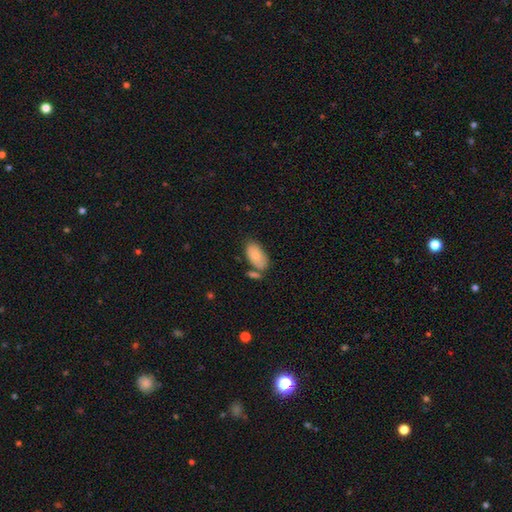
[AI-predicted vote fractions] The model was most divided on "merging": none: 61%, minor disturbance: 18%, merger: 16%, major disturbance: 5%. More confident: how rounded — in between (95%); smooth or featured — smooth (83%).